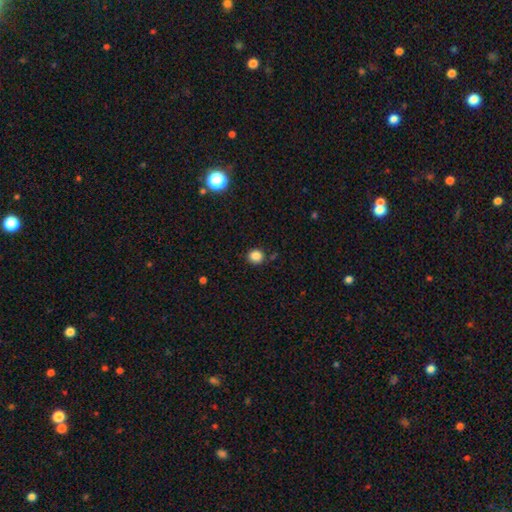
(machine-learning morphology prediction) Smooth or featured? Predicted: smooth (p=0.85). How rounded? Predicted: round (p=0.84). Merging? Predicted: none (p=0.85).